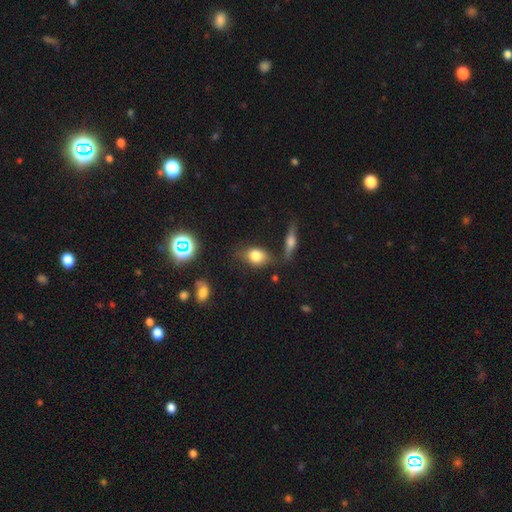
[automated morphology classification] Smooth or featured? smooth (75%)
How rounded? in between (71%)
Merging? none (66%)